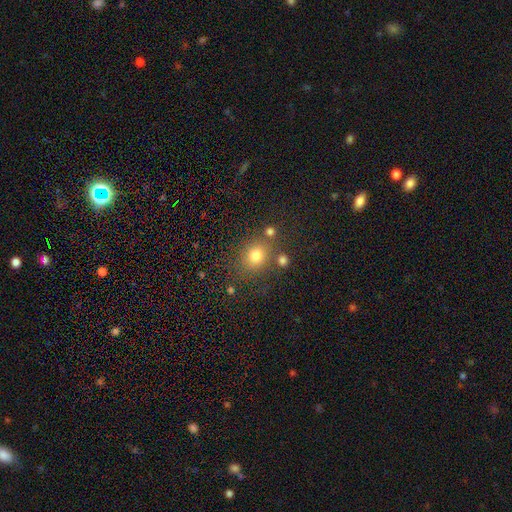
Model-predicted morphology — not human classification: type=smooth (75%); roundness=round (69%); merging=none (73%).